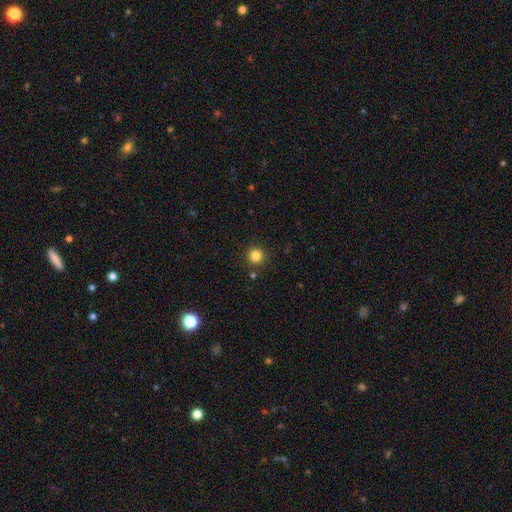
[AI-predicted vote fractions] Smooth or featured? Predicted: smooth (p=0.83). How rounded? Predicted: round (p=0.95). Merging? Predicted: none (p=0.90).